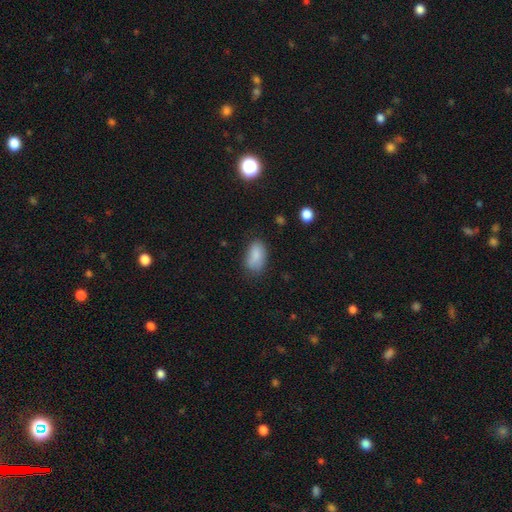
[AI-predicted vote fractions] The model was most divided on "merging": none: 65%, minor disturbance: 26%, major disturbance: 7%, merger: 2%. More confident: how rounded — in between (92%); smooth or featured — smooth (85%).